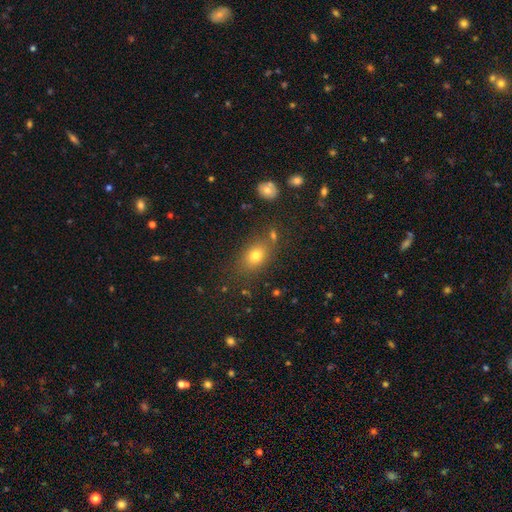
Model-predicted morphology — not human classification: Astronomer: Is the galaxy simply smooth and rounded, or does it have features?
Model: smooth — 75%.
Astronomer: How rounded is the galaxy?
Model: in between — 69%.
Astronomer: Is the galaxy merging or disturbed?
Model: none — 75%.